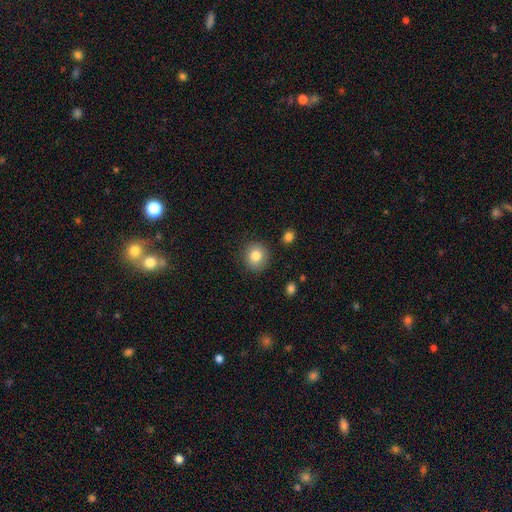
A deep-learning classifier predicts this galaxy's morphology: type=smooth (82%); roundness=round (87%); merging=none (87%).